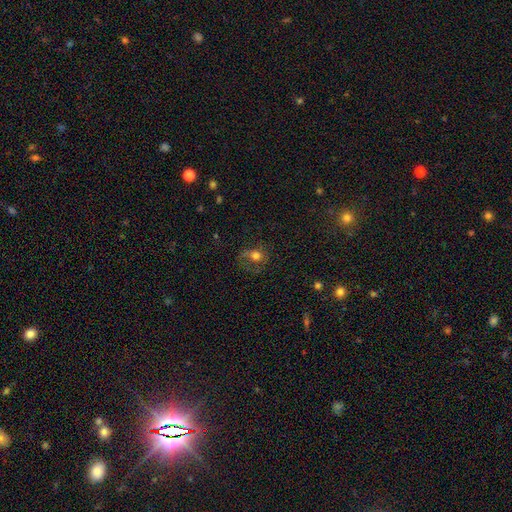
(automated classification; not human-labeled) smooth 60%, featured or disk 25%, star or artifact 15%. Down the decision tree: how rounded — round (67%); merging — none (48%).